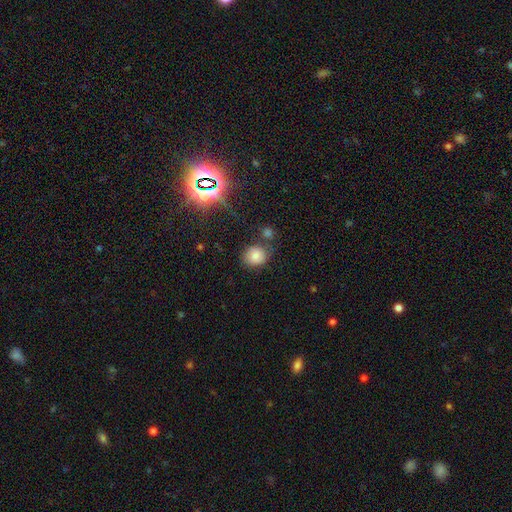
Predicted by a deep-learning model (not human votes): smooth_or_featured: smooth (p=0.79) [alt: star or artifact p=0.13]
how_rounded: round (p=0.73) [alt: in between p=0.26]
merging: none (p=0.69) [alt: minor disturbance p=0.16]